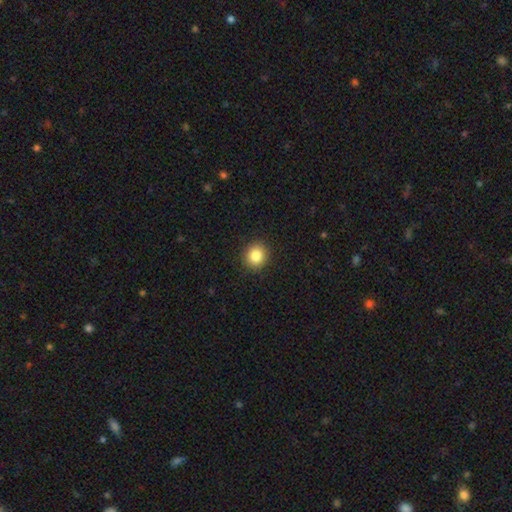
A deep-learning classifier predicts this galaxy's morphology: This appears to be a smooth galaxy with no disk features (85%) that is round (86%). Merging: none (91%).